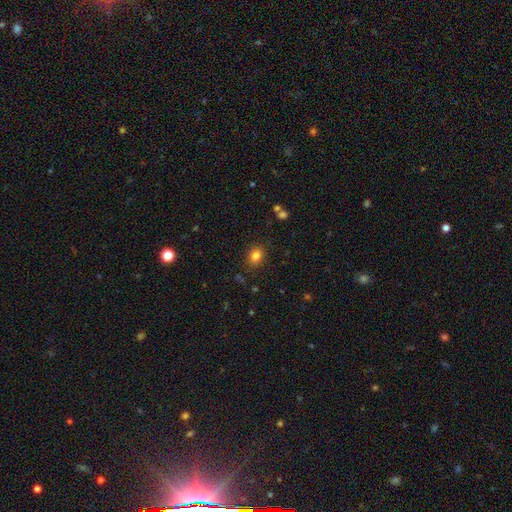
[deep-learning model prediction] smooth_or_featured: smooth (p=0.82) [alt: star or artifact p=0.12]
how_rounded: round (p=0.54) [alt: in between p=0.45]
merging: none (p=0.86) [alt: minor disturbance p=0.10]